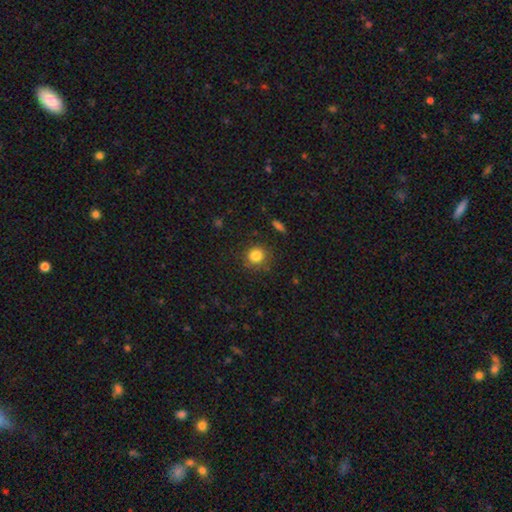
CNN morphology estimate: This appears to be a smooth galaxy with no disk features (83%) that is round (86%). Merging: none (83%).